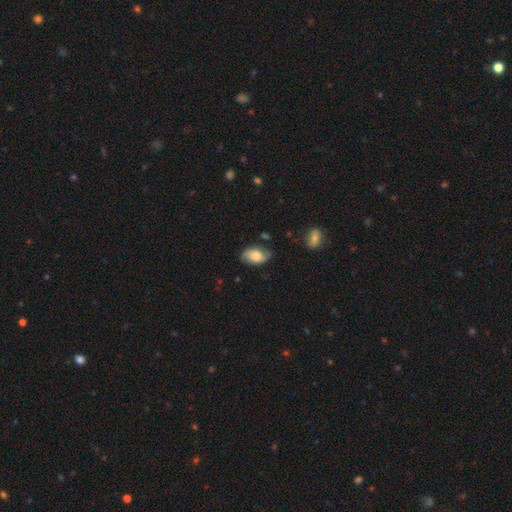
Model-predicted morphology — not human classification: smooth-or-featured: smooth: 53% | featured or disk: 39% | star or artifact: 8%
  how-rounded: in between: 91% | round: 7% | cigar-shaped: 2%
  merging: none: 69% | minor disturbance: 23% | major disturbance: 6% | merger: 2%